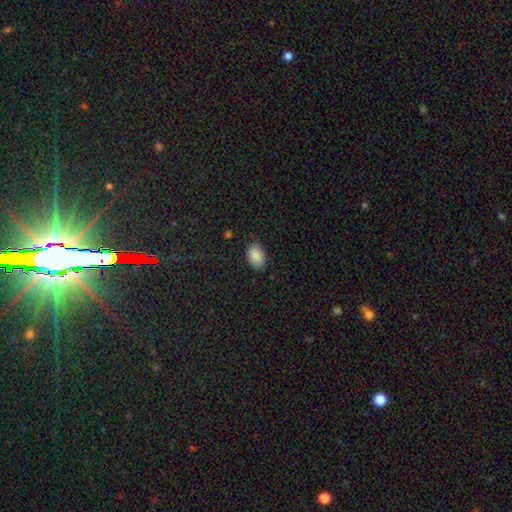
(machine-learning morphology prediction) Overall: smooth (89%). How rounded: in between (89%). Merging: none (83%).